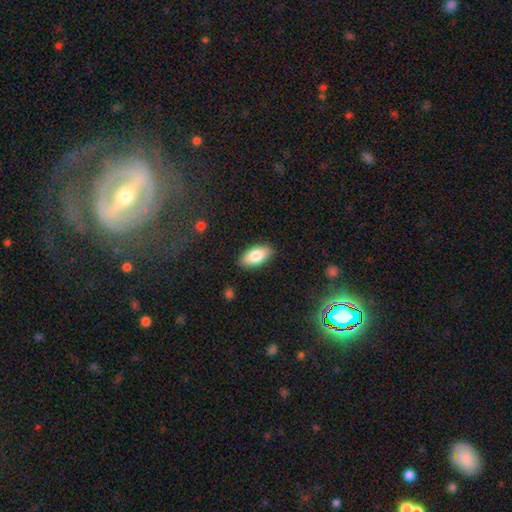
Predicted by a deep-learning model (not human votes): Smooth or featured: smooth — 81% (featured or disk — 13%)
How rounded: in between — 91% (cigar-shaped — 6%)
Merging: none — 88% (minor disturbance — 9%)